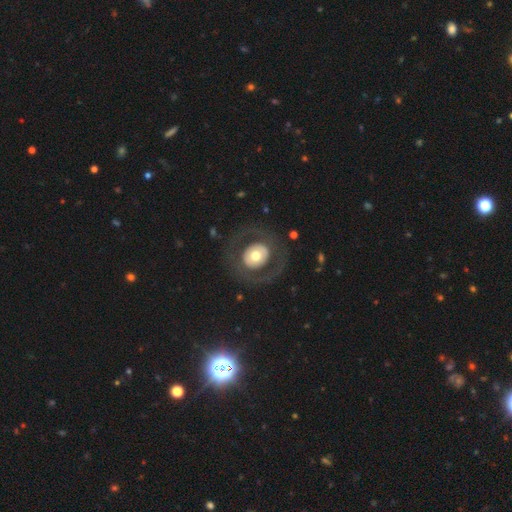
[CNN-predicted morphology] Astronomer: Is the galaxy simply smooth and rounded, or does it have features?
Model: featured or disk — 48% (runner-up: smooth, 46%).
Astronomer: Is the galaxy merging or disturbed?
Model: none — 79%.